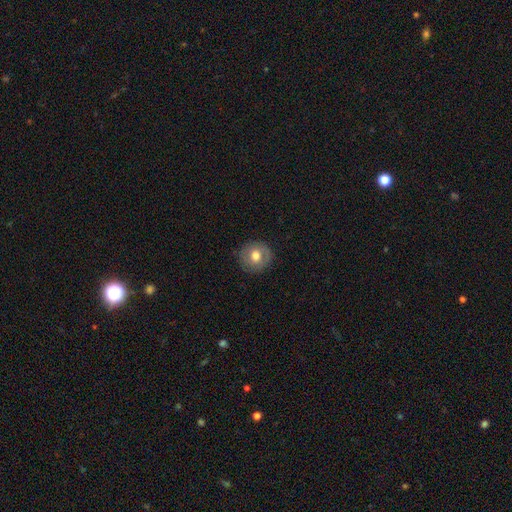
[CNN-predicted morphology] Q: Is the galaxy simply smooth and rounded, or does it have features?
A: smooth — 67%.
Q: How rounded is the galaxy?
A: round — 92%.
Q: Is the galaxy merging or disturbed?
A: none — 86%.